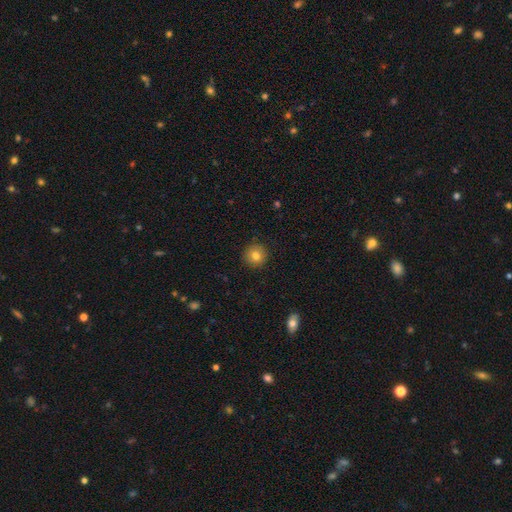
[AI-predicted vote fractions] smooth-or-featured: smooth: 80% | star or artifact: 10% | featured or disk: 9%
  how-rounded: round: 94% | in between: 5% | cigar-shaped: 1%
  merging: none: 91% | minor disturbance: 6% | major disturbance: 2% | merger: 1%